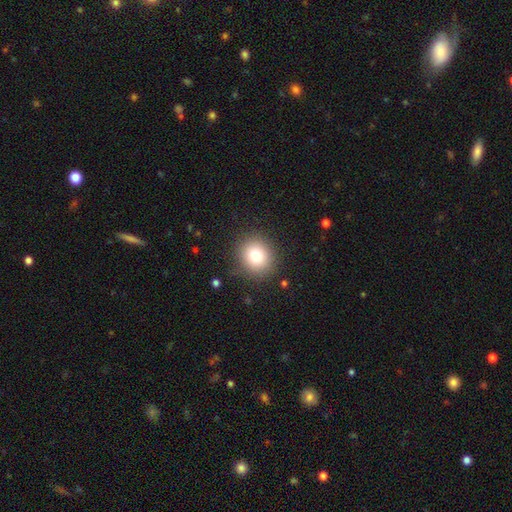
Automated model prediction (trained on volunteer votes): A smooth galaxy with no disk features (77%) that is round (86%). Merging: none (87%).